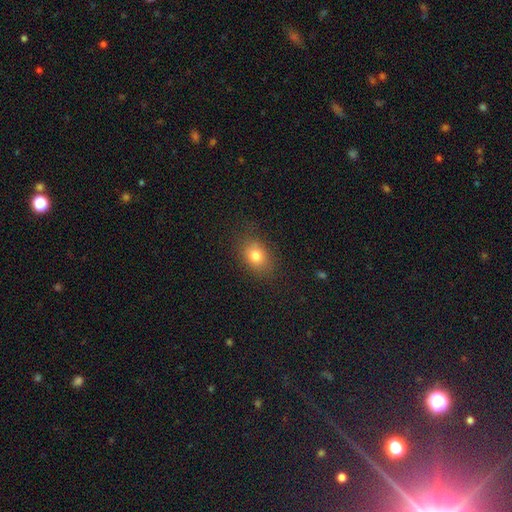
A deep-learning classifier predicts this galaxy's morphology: smooth 80%, star or artifact 11%, featured or disk 9%. Down the decision tree: how rounded — in between (65%); merging — none (82%).